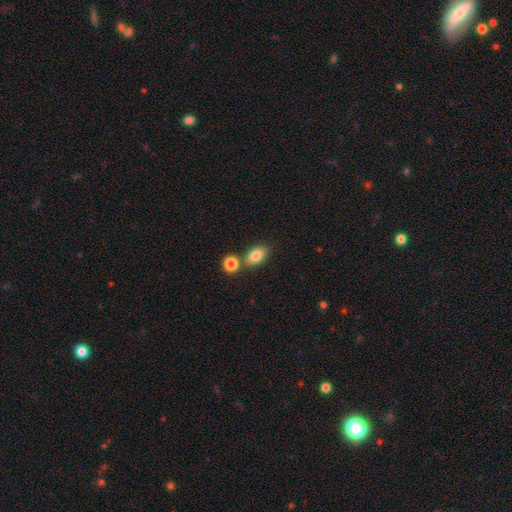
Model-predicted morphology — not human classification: This appears to be a smooth galaxy with no disk features (82%) that is in between round and cigar-shaped (84%). Merging: none (69%).